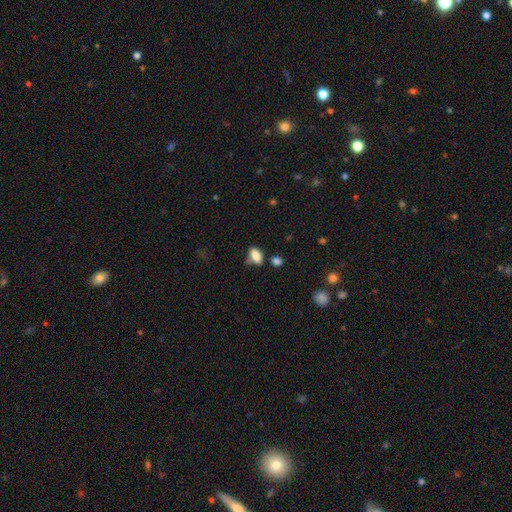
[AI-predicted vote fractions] smooth-or-featured: smooth: 81% | featured or disk: 10% | star or artifact: 9%
  how-rounded: in between: 89% | cigar-shaped: 6% | round: 5%
  merging: none: 58% | minor disturbance: 23% | merger: 12% | major disturbance: 7%